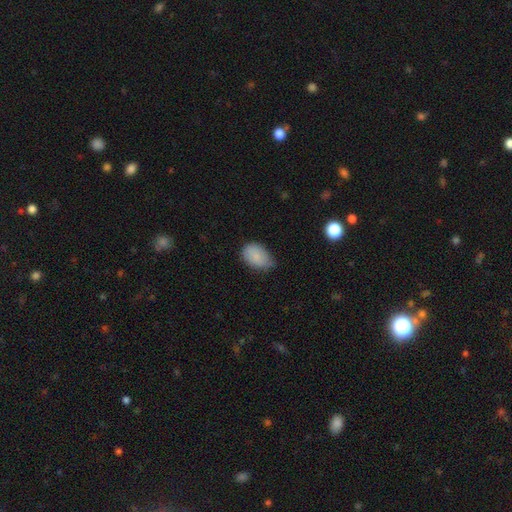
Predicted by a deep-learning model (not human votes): Smooth or featured?
  - smooth: 85% *
  - star or artifact: 8%
  - featured or disk: 7%
How rounded?
  - in between: 87% *
  - round: 12%
  - cigar-shaped: 1%
Merging?
  - none: 49% *
  - minor disturbance: 42%
  - major disturbance: 8%
  - merger: 2%